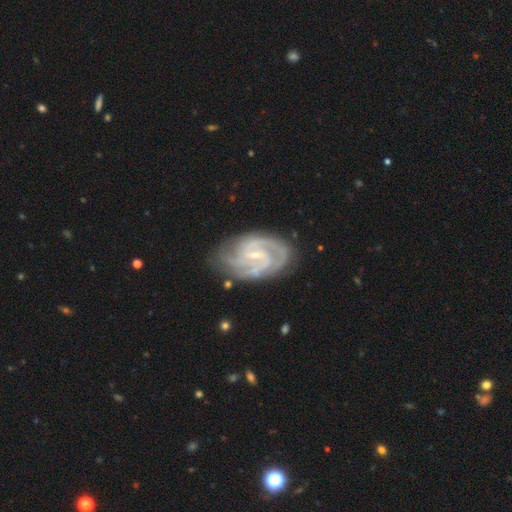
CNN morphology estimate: type=featured or disk (90%); edge-on=no (97%); bar=weak (52%); spiral arms=yes (98%); winding=tight (53%); arm count=2 (41%); bulge=small (77%); merging=none (71%).